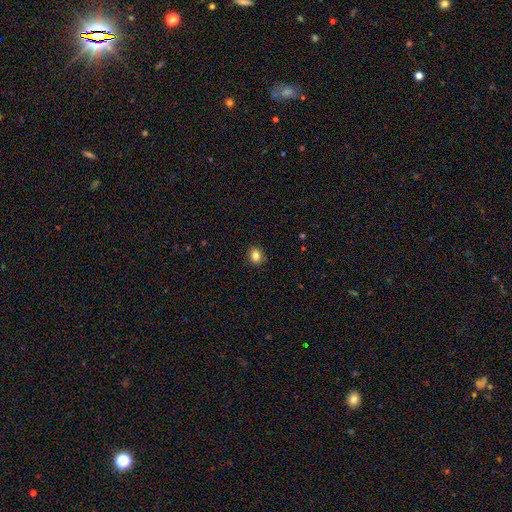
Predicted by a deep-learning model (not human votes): Smooth or featured: smooth — 83% (star or artifact — 11%)
How rounded: round — 60% (in between — 39%)
Merging: none — 88% (minor disturbance — 9%)